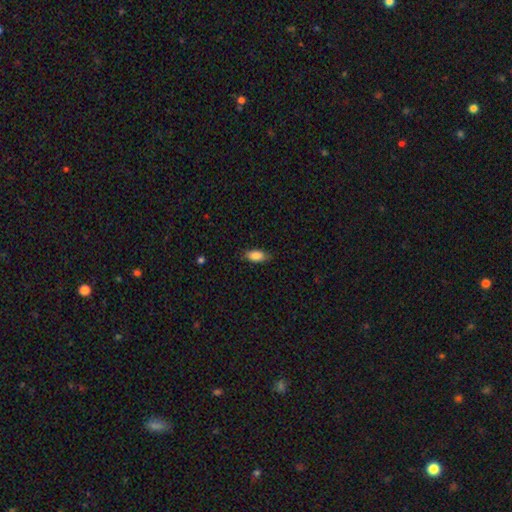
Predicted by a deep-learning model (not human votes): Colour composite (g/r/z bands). It shows a smooth galaxy with no disk features (86%) that is in between round and cigar-shaped (89%). Merging: none (80%).